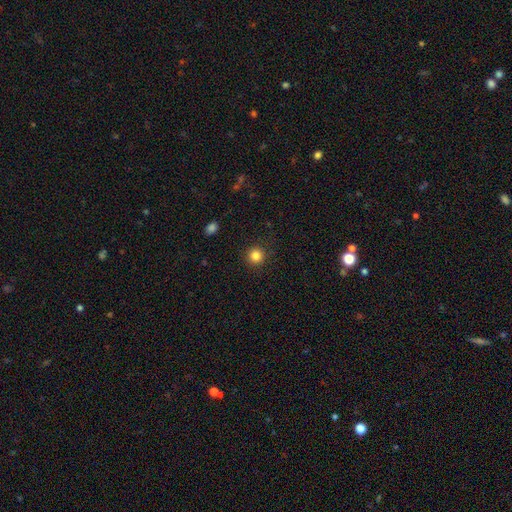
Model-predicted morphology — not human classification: Q: Smooth or featured?
A: smooth (83%); runner-up: star or artifact (12%)
Q: How rounded?
A: round (94%); runner-up: in between (5%)
Q: Merging?
A: none (91%); runner-up: minor disturbance (6%)